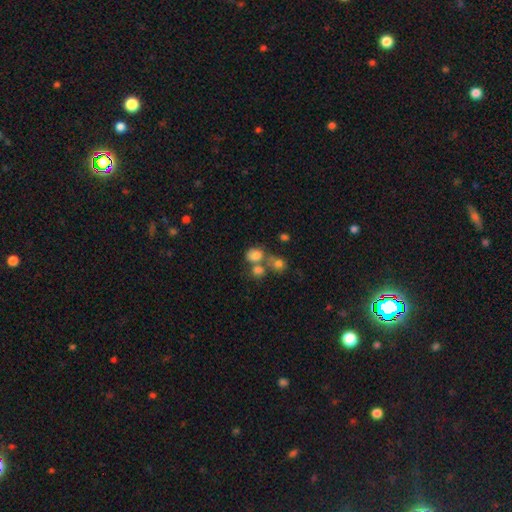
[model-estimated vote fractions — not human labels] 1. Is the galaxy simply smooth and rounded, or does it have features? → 75% smooth, 13% star or artifact, 11% featured or disk.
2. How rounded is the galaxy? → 51% round, 48% in between, 1% cigar-shaped.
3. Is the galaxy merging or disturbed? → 43% merger, 38% none, 11% minor disturbance, 7% major disturbance.